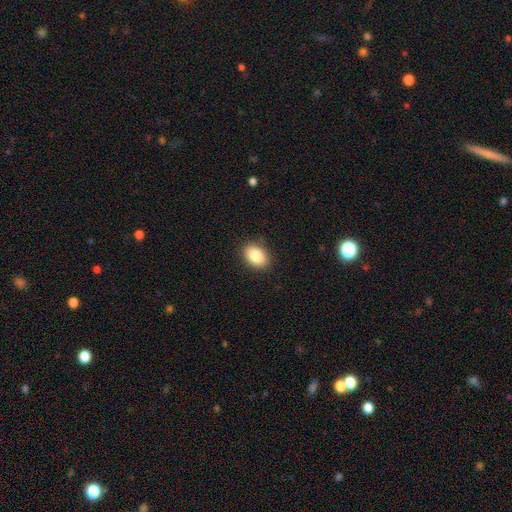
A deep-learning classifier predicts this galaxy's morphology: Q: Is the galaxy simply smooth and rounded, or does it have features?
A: smooth — 85%.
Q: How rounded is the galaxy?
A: in between — 78%.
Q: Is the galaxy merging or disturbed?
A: none — 88%.